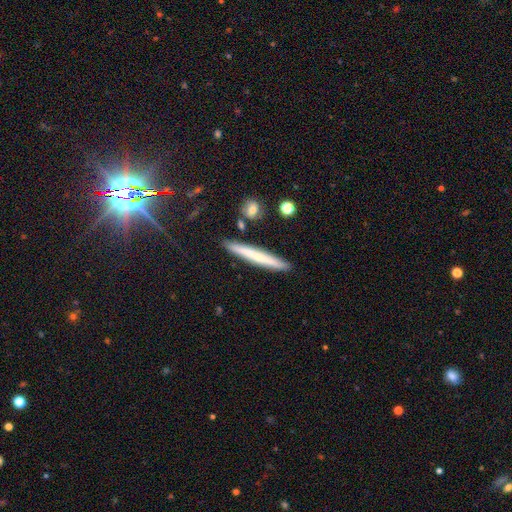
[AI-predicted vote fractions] smooth_or_featured: smooth (p=0.55) [alt: featured or disk p=0.37]
how_rounded: cigar-shaped (p=0.96) [alt: in between p=0.03]
merging: none (p=0.89) [alt: minor disturbance p=0.07]